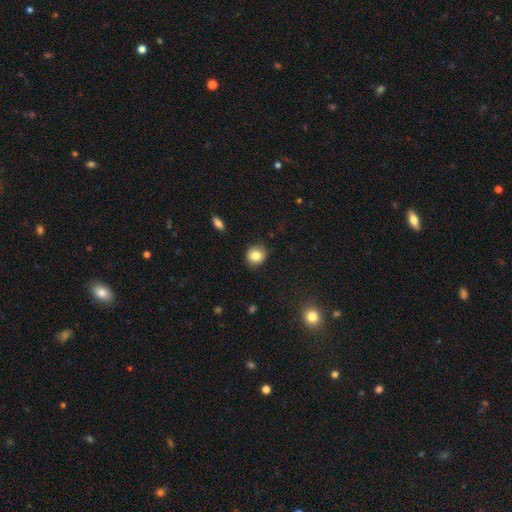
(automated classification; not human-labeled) smooth-or-featured: smooth: 81% | star or artifact: 10% | featured or disk: 9%
  how-rounded: round: 81% | in between: 18% | cigar-shaped: 1%
  merging: none: 87% | minor disturbance: 9% | major disturbance: 2% | merger: 1%